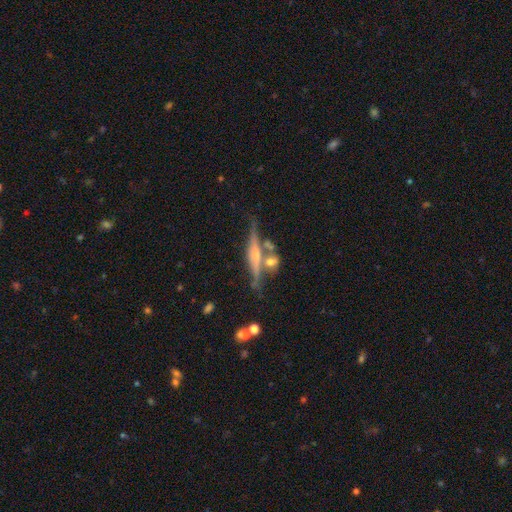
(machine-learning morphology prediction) This is likely a featured or disk galaxy (73%). It is clearly viewed edge-on (94%). Edge-on bulge: likely rounded (78%). Merging: likely none (63%).